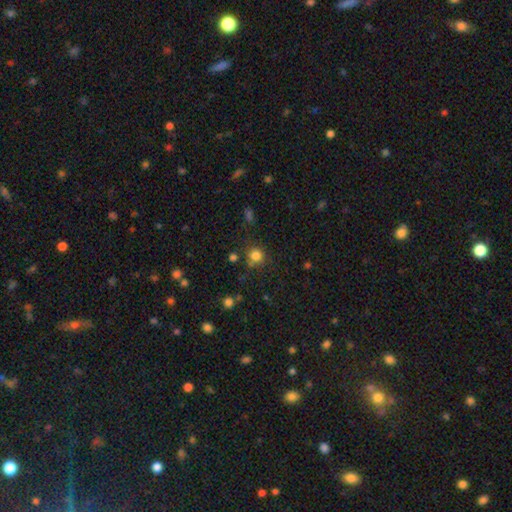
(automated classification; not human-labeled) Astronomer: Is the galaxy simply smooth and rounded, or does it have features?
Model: smooth — 80%.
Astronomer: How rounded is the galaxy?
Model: round — 90%.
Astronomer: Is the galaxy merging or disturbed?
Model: none — 75%.